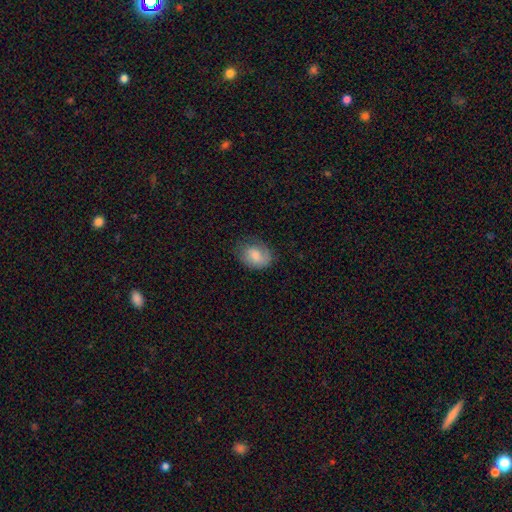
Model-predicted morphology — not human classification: Smooth or featured: smooth — 70% (featured or disk — 23%)
How rounded: in between — 64% (round — 35%)
Merging: none — 64% (minor disturbance — 25%)